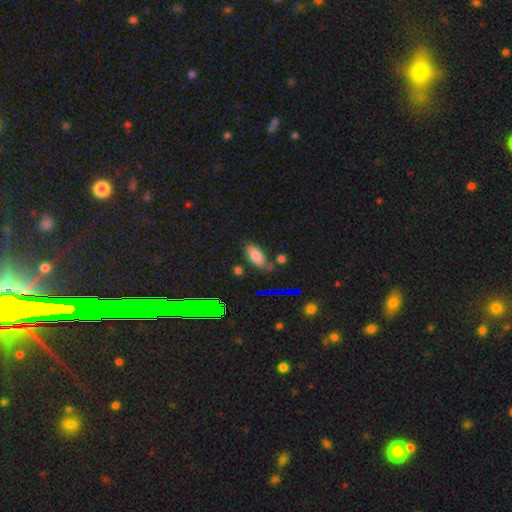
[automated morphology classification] Smooth or featured? smooth (73%)
How rounded? in between (86%)
Merging? none (69%)